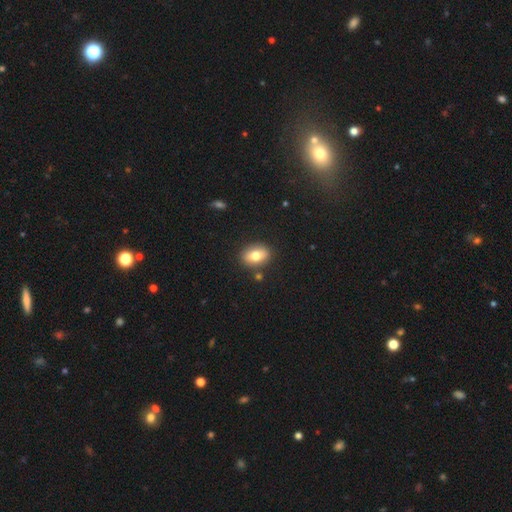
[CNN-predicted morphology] smooth 74%, featured or disk 18%, star or artifact 9%. Down the decision tree: how rounded — in between (73%); merging — none (84%).